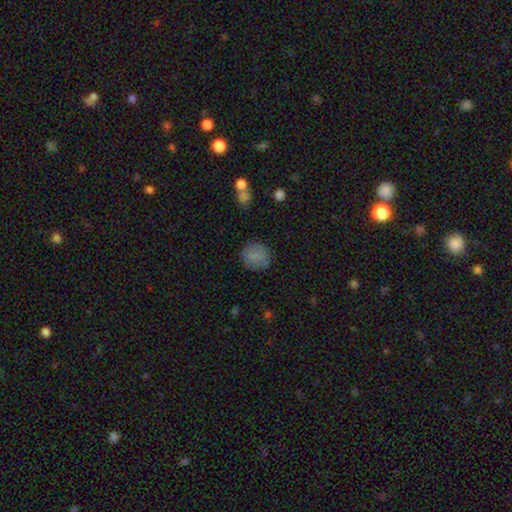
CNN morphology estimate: Smooth or featured? Predicted: smooth (p=0.79). How rounded? Predicted: round (p=0.84). Merging? Predicted: none (p=0.79).